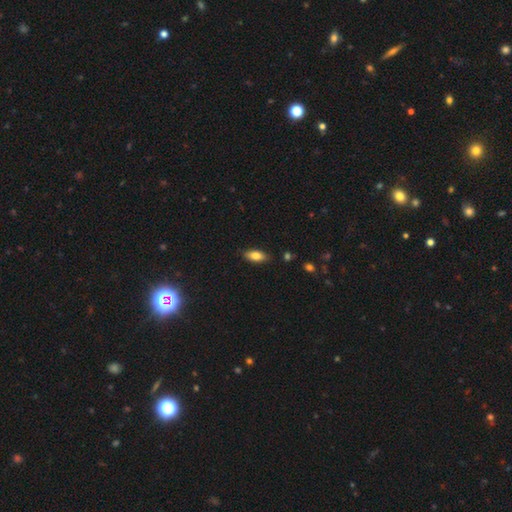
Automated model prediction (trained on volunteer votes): Overall: smooth (79%). How rounded: in between (83%). Merging: none (85%).